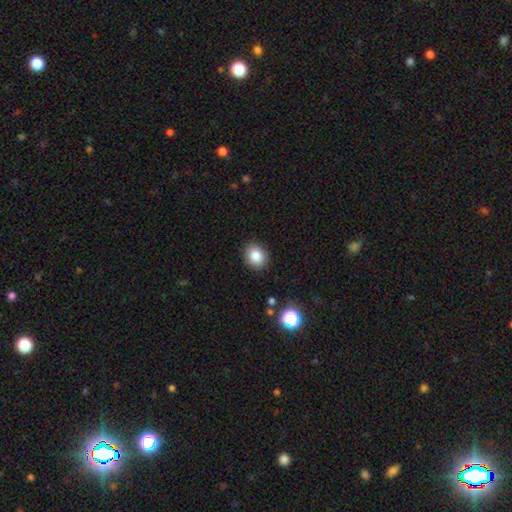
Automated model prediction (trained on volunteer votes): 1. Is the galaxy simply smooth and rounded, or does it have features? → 84% smooth, 10% star or artifact, 6% featured or disk.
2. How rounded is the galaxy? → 61% round, 38% in between, 1% cigar-shaped.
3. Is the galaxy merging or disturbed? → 89% none, 8% minor disturbance, 2% major disturbance, 1% merger.